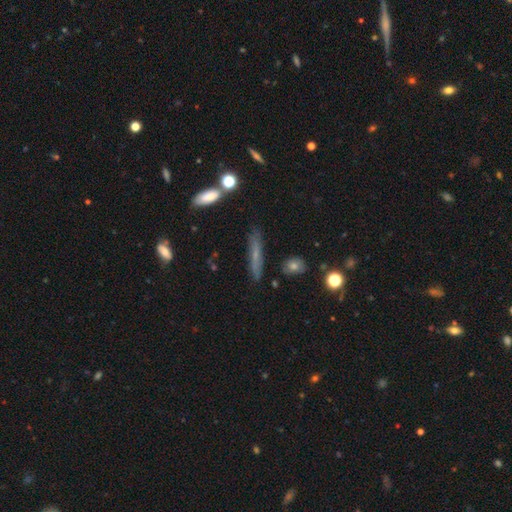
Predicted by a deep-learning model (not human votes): The model was most divided on "smooth or featured": smooth: 54%, featured or disk: 34%, star or artifact: 12%. More confident: how rounded — cigar-shaped (88%); merging — none (82%).